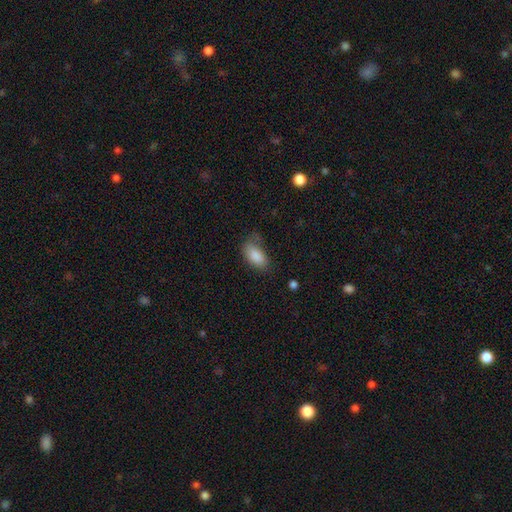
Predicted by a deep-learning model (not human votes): smooth_or_featured: smooth (p=0.86) [alt: featured or disk p=0.07]
how_rounded: in between (p=0.93) [alt: round p=0.04]
merging: none (p=0.52) [alt: minor disturbance p=0.32]